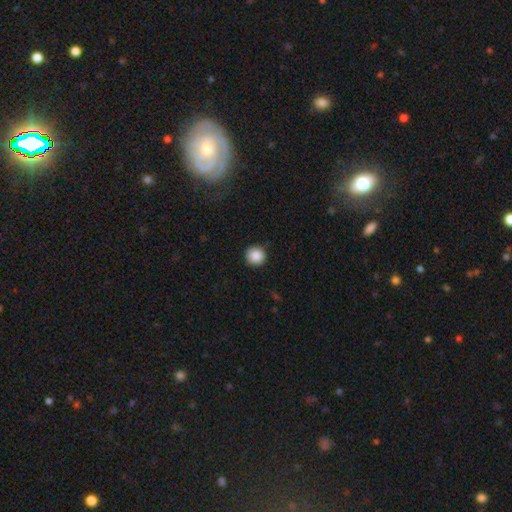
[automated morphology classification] This is clearly a smooth galaxy (88%). How rounded: clearly round (95%). Merging: clearly none (90%).